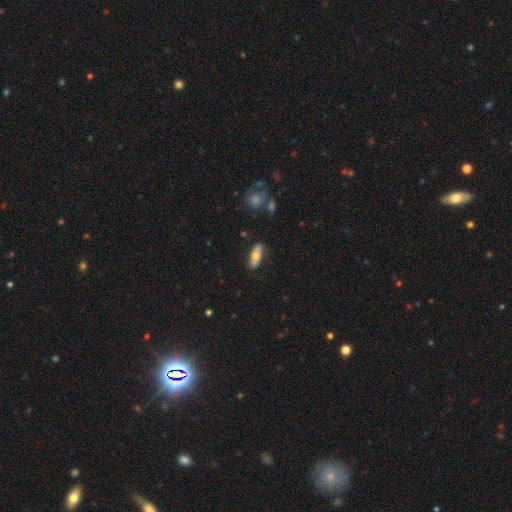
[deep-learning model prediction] The model was most divided on "smooth or featured": smooth: 61%, featured or disk: 32%, star or artifact: 6%. More confident: merging — none (79%); how rounded — in between (75%).